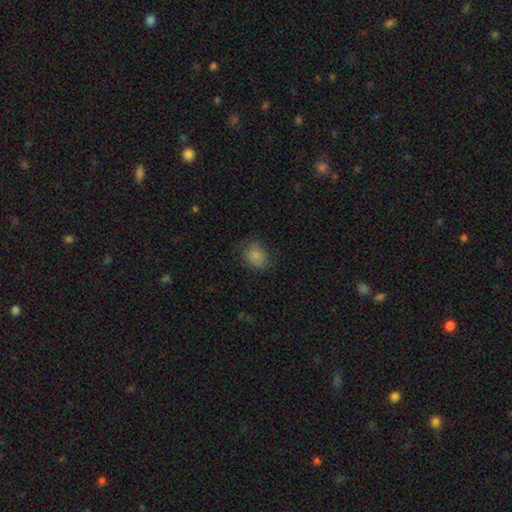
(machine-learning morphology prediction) Smooth or featured: smooth — 83% (star or artifact — 9%)
How rounded: round — 57% (in between — 43%)
Merging: none — 71% (minor disturbance — 21%)